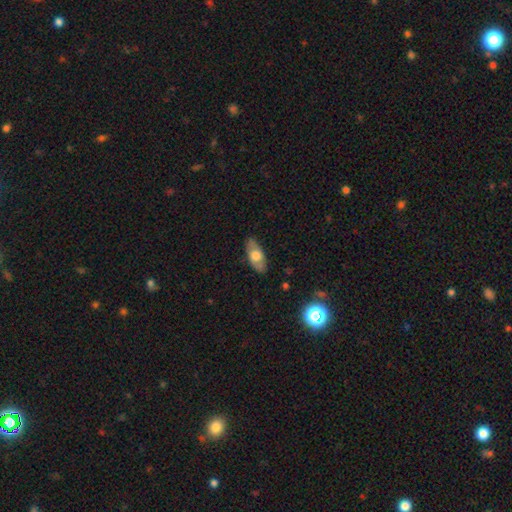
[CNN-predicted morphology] Smooth or featured? Predicted: smooth (p=0.59). How rounded? Predicted: in between (p=0.85). Merging? Predicted: none (p=0.84).